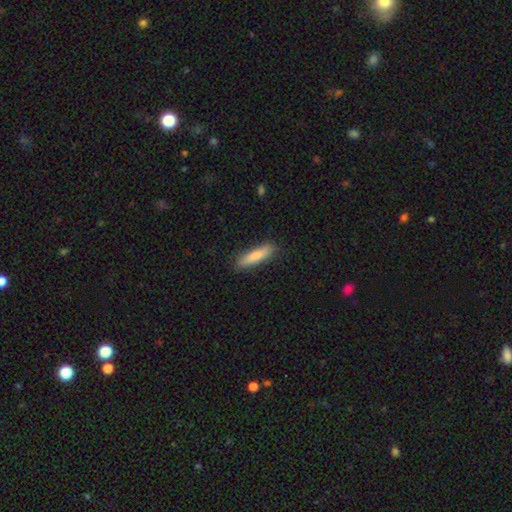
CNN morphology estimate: This appears to be a smooth galaxy with no disk features (85%) that is cigar-shaped (75%). Merging: none (85%).